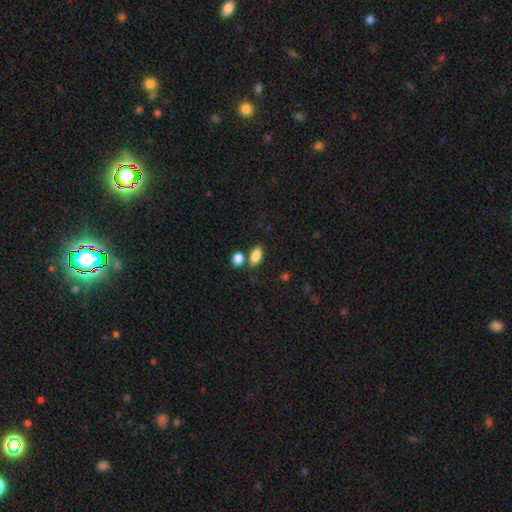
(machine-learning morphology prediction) smooth 86%, star or artifact 8%, featured or disk 6%. Down the decision tree: how rounded — in between (87%); merging — none (64%).